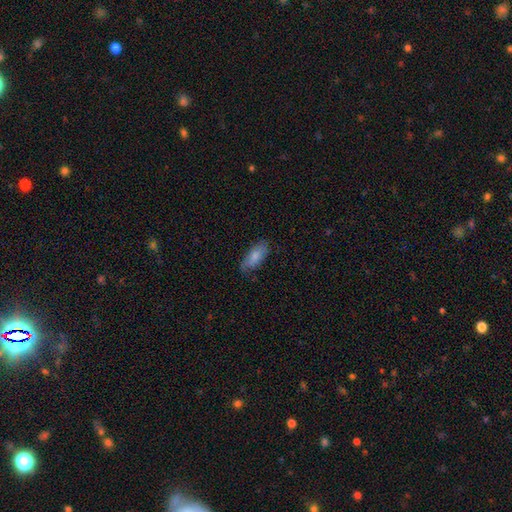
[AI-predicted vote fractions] The model was most divided on "smooth or featured": smooth: 71%, featured or disk: 22%, star or artifact: 7%. More confident: merging — none (77%); how rounded — in between (76%).